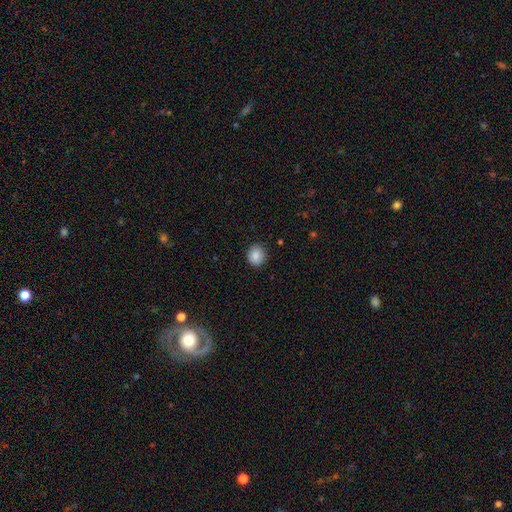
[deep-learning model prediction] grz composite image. It shows a smooth galaxy with no disk features (87%) that is round (74%). Merging: none (87%).